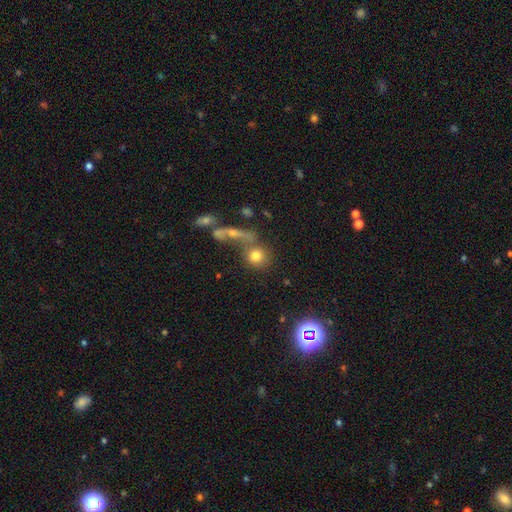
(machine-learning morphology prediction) smooth-or-featured: smooth: 75% | featured or disk: 13% | star or artifact: 12%
  how-rounded: round: 83% | in between: 15% | cigar-shaped: 3%
  merging: none: 50% | merger: 31% | minor disturbance: 10% | major disturbance: 9%